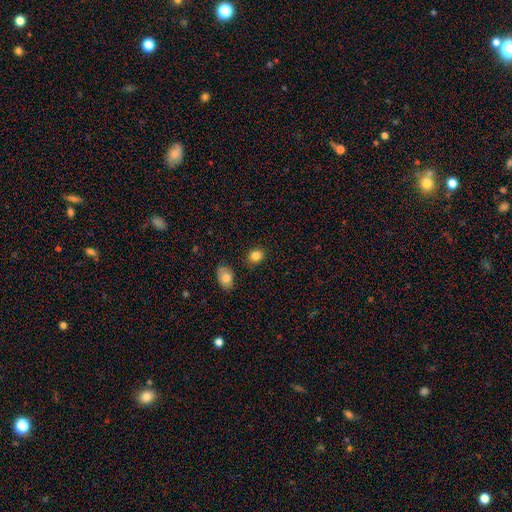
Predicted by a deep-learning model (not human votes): A smooth galaxy with no disk features (84%) that is round (59%). Merging: none (85%).